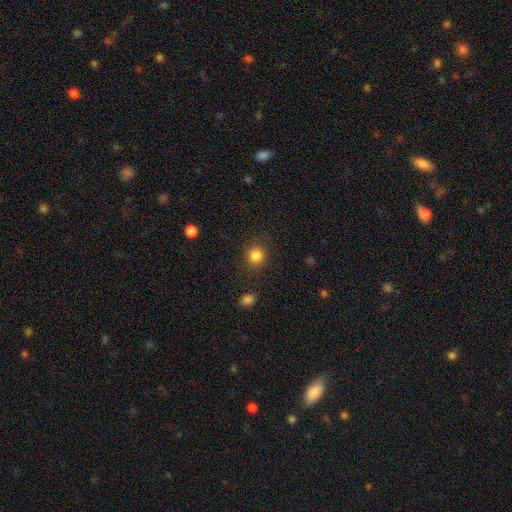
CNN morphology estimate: Smooth or featured?
  - smooth: 84% *
  - star or artifact: 12%
  - featured or disk: 4%
How rounded?
  - round: 90% *
  - in between: 9%
  - cigar-shaped: 1%
Merging?
  - none: 88% *
  - minor disturbance: 7%
  - major disturbance: 3%
  - merger: 2%